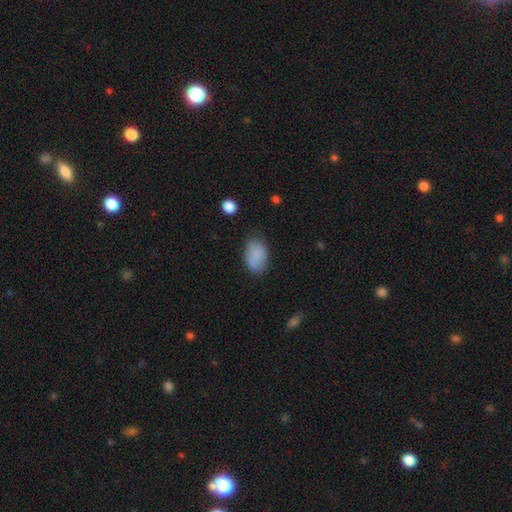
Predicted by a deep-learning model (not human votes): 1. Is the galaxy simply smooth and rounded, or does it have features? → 85% smooth, 8% star or artifact, 7% featured or disk.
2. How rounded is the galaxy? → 89% in between, 9% round, 1% cigar-shaped.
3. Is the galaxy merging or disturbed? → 72% none, 20% minor disturbance, 5% major disturbance, 2% merger.